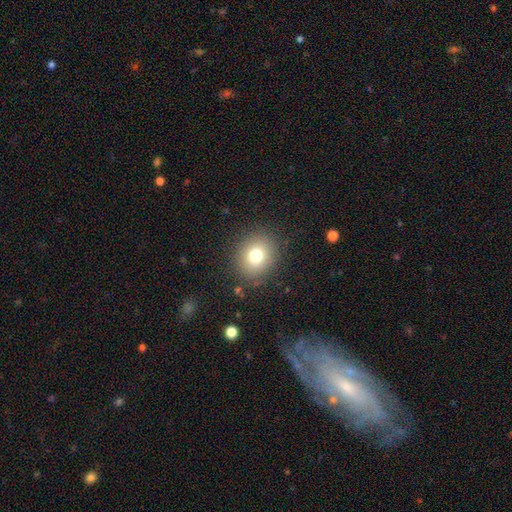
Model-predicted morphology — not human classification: Overall: smooth (77%). How rounded: round (70%). Merging: none (86%).